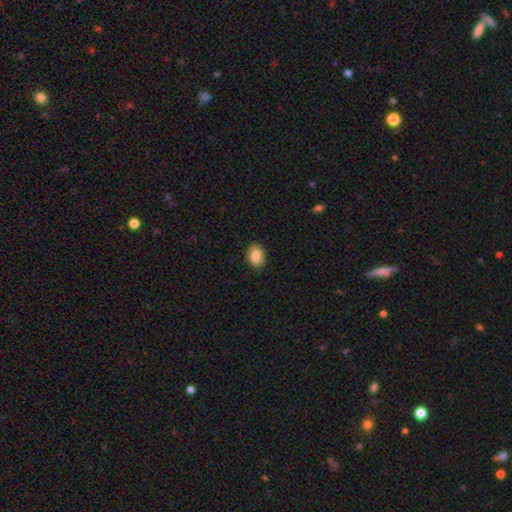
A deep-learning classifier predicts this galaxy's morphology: This is clearly a smooth galaxy (85%). How rounded: likely in between (74%). Merging: clearly none (88%).